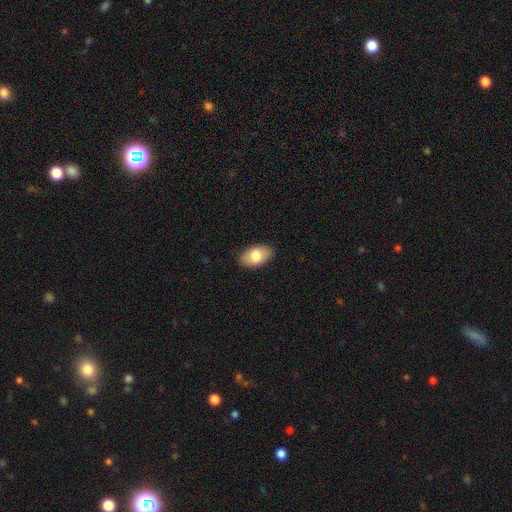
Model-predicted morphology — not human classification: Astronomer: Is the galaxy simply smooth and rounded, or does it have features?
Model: smooth — 79%.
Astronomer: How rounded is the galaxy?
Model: in between — 93%.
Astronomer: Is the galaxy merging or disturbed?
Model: none — 87%.